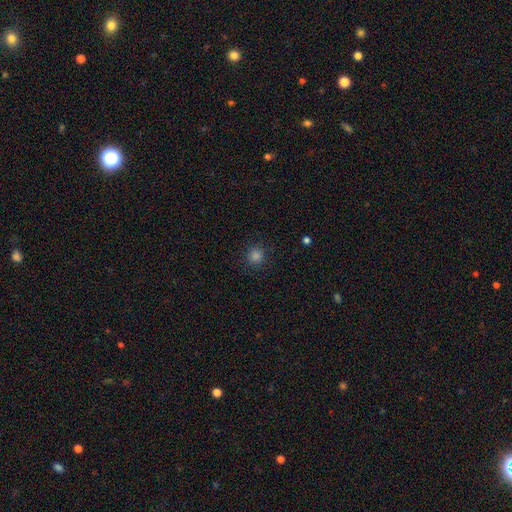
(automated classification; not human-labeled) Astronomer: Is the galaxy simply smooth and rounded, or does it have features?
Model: smooth — 81%.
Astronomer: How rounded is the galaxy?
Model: round — 94%.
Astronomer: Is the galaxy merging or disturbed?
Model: none — 90%.